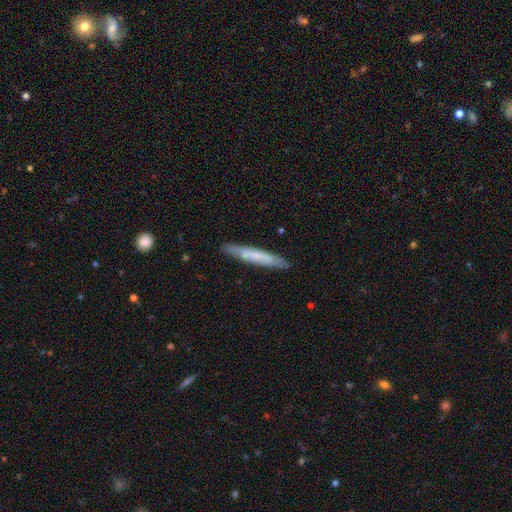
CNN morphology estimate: A smooth galaxy with no disk features (54%) that is cigar-shaped (95%).

Vote fractions:
- Smooth or featured? smooth: 54% / featured or disk: 41% / star or artifact: 6%
- How rounded? cigar-shaped: 95% / in between: 4% / round: 1%
- Merging? none: 87% / minor disturbance: 10% / major disturbance: 2% / merger: 1%